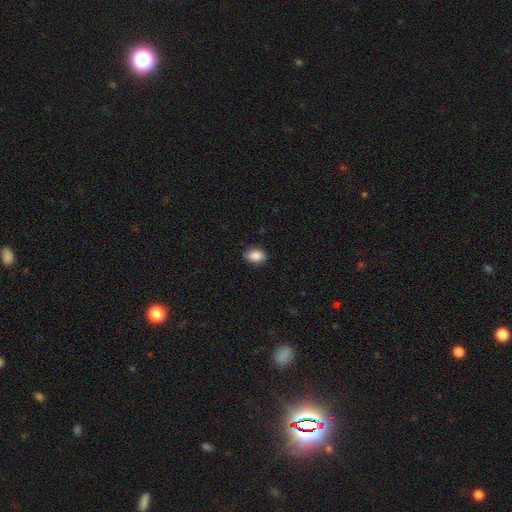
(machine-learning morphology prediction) A smooth galaxy with no disk features (89%) that is in between round and cigar-shaped (82%).

Vote fractions:
- Smooth or featured? smooth: 89% / star or artifact: 7% / featured or disk: 4%
- How rounded? in between: 82% / round: 17% / cigar-shaped: 1%
- Merging? none: 87% / minor disturbance: 10% / major disturbance: 2% / merger: 1%